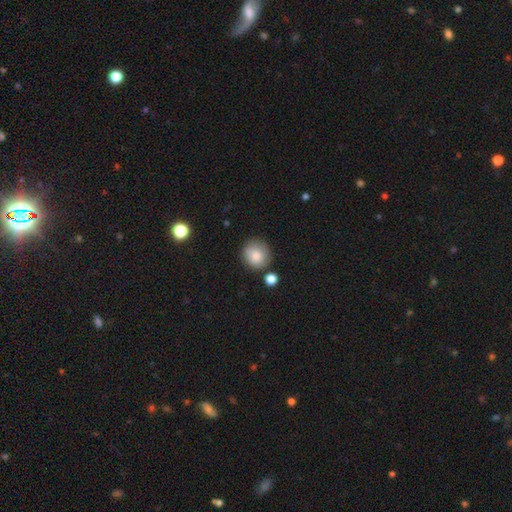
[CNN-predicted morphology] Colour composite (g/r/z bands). It shows a smooth galaxy with no disk features (84%) that is round (85%). Merging: none (74%).